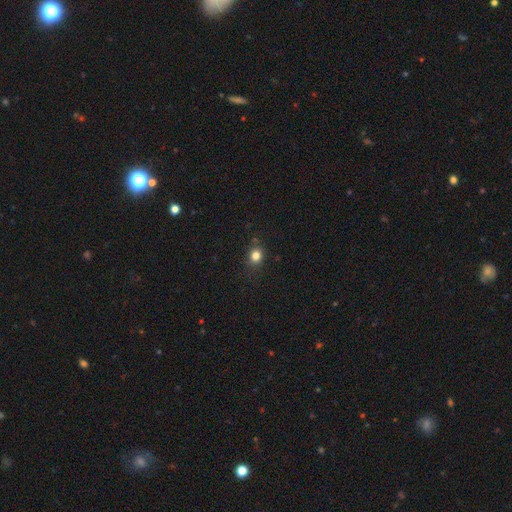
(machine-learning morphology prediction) The model was most divided on "how rounded": round: 75%, in between: 24%, cigar-shaped: 1%. More confident: smooth or featured — smooth (81%); merging — none (77%).